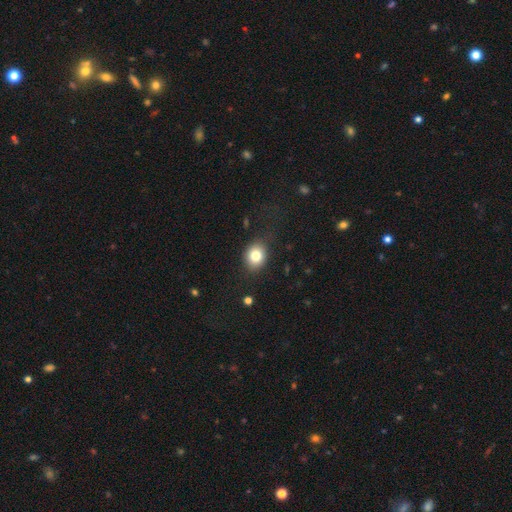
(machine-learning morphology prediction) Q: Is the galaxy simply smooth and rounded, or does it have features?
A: smooth — 81%.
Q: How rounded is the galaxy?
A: round — 56%.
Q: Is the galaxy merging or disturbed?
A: none — 80%.